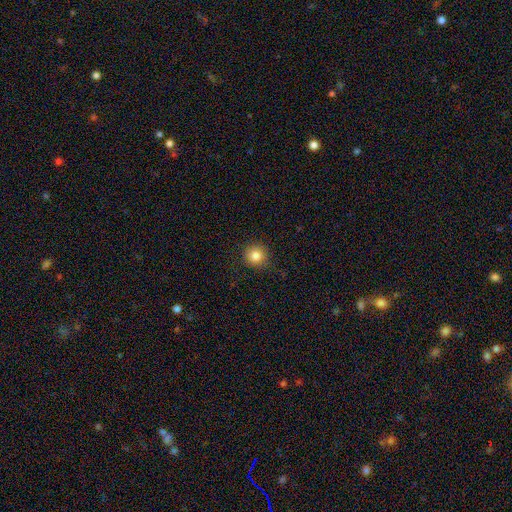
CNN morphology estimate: Smooth or featured?
  - smooth: 84% *
  - star or artifact: 11%
  - featured or disk: 5%
How rounded?
  - round: 94% *
  - in between: 5%
  - cigar-shaped: 1%
Merging?
  - none: 89% *
  - minor disturbance: 7%
  - major disturbance: 2%
  - merger: 1%